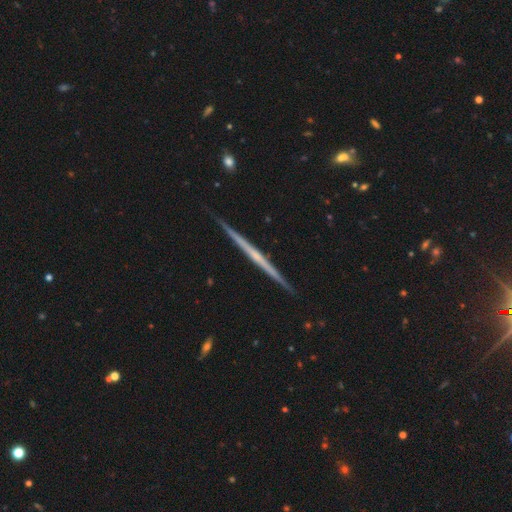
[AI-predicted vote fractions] Smooth or featured: featured or disk — 76% (smooth — 19%)
Edge-on disk: yes — 98% (no — 2%)
Edge-on bulge: none — 67% (rounded — 27%)
Merging: none — 91% (minor disturbance — 7%)